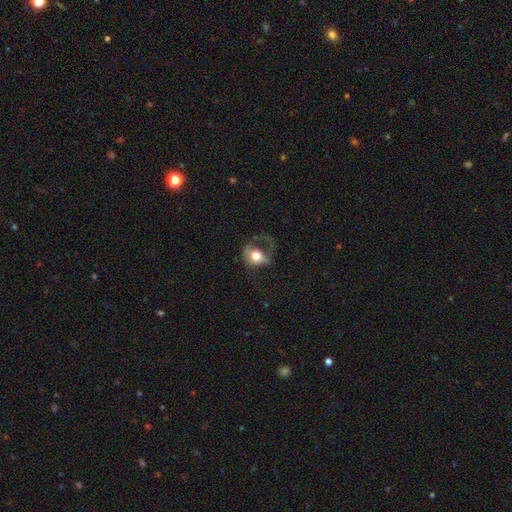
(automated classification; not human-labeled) Smooth or featured?
  - smooth: 52% *
  - featured or disk: 39%
  - star or artifact: 9%
How rounded?
  - round: 51% *
  - in between: 48%
  - cigar-shaped: 1%
Merging?
  - major disturbance: 52% *
  - none: 27%
  - minor disturbance: 19%
  - merger: 2%